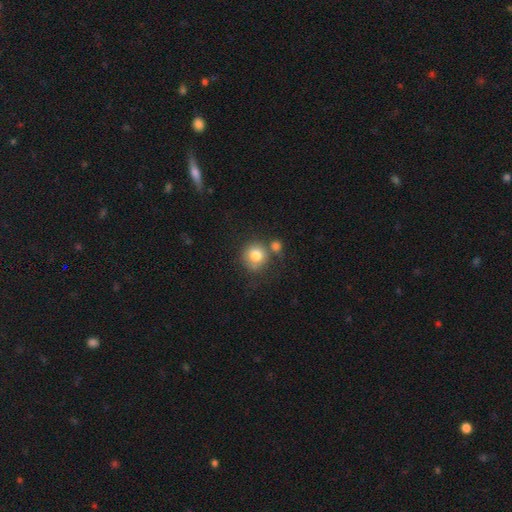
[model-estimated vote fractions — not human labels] Smooth or featured?
  - smooth: 79% *
  - featured or disk: 11%
  - star or artifact: 9%
How rounded?
  - round: 90% *
  - in between: 9%
  - cigar-shaped: 1%
Merging?
  - none: 59% *
  - merger: 23%
  - minor disturbance: 13%
  - major disturbance: 5%